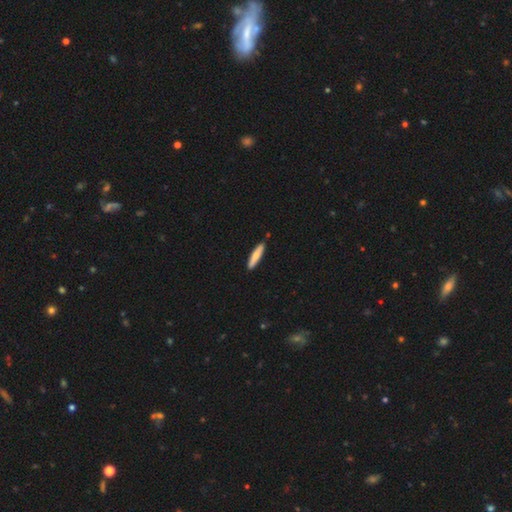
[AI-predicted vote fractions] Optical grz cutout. It shows a smooth galaxy with no disk features (77%) that is cigar-shaped (87%). Merging: none (88%).